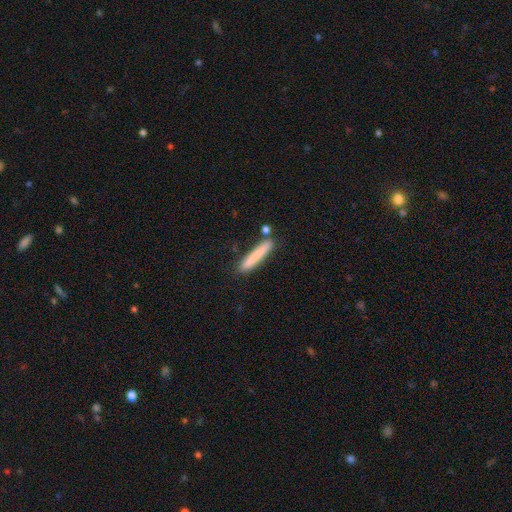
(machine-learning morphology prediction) The model was most divided on "smooth or featured": smooth: 80%, featured or disk: 14%, star or artifact: 6%. More confident: how rounded — cigar-shaped (94%); merging — none (81%).